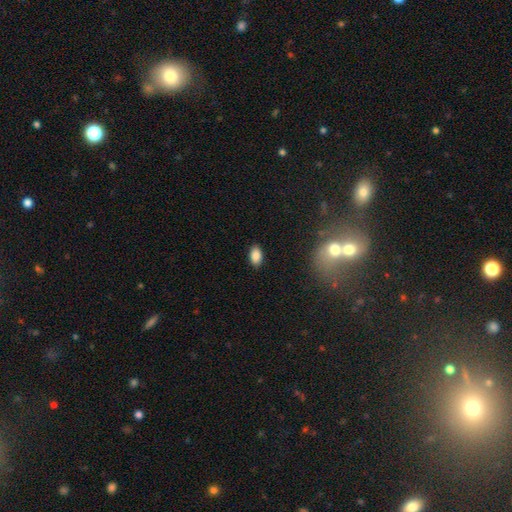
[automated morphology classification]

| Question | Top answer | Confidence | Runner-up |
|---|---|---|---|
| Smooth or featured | smooth | 87% | star or artifact (8%) |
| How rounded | in between | 92% | round (6%) |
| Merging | none | 87% | minor disturbance (10%) |